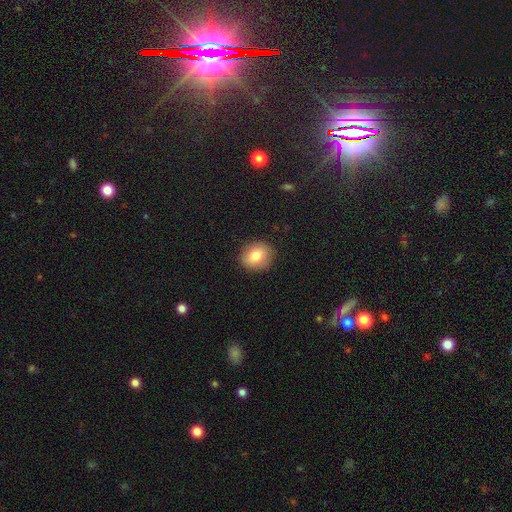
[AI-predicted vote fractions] Overall: smooth (80%). How rounded: round (65%; in between 34%). Merging: none (88%).